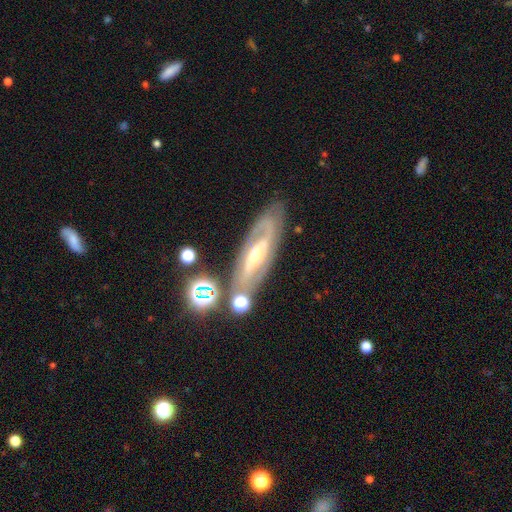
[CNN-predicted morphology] A featured or disk galaxy (81%) with a strong bar (35%), 2 (69%) tight (45%) spiral arms (83%) and a moderate central bulge (48%). Merging: none (76%).